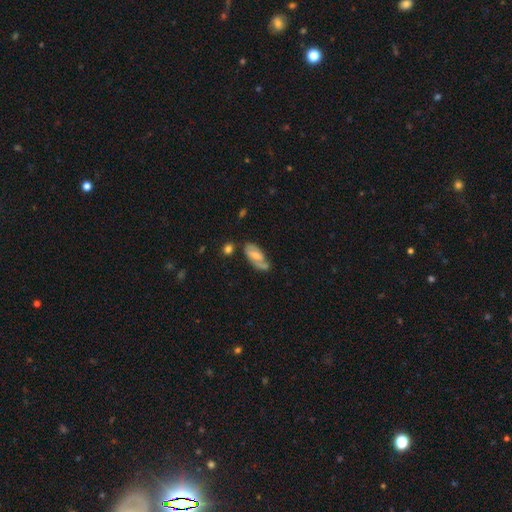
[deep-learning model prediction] This is possibly a featured or disk galaxy (56%). It is clearly not viewed edge-on (91%). Bar: marginally weak (43%). Spiral arm pattern: likely yes (76%). Central bulge: marginally moderate (43%). Merging: possibly none (51%).